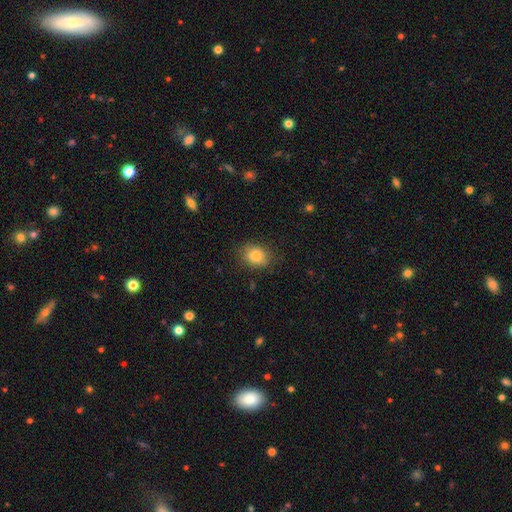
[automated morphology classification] smooth 85%, star or artifact 9%, featured or disk 6%. Down the decision tree: how rounded — in between (62%); merging — none (82%).